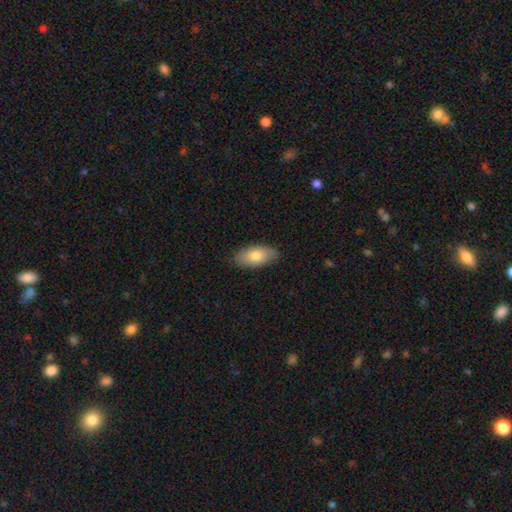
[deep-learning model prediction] Overall: smooth (78%). How rounded: in between (91%). Merging: none (86%).